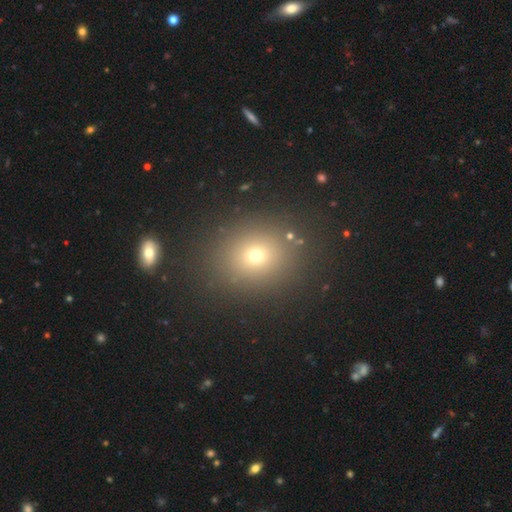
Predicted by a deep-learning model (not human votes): Smooth or featured: smooth — 66% (star or artifact — 25%)
How rounded: round — 69% (in between — 30%)
Merging: none — 87% (minor disturbance — 7%)